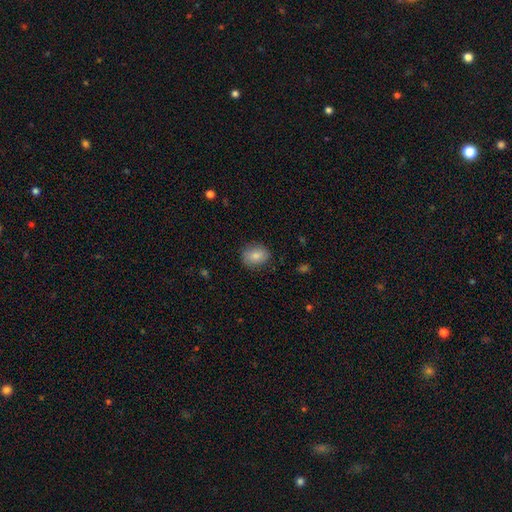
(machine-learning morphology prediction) Smooth or featured: smooth — 83% (featured or disk — 9%)
How rounded: in between — 55% (round — 44%)
Merging: none — 83% (minor disturbance — 13%)